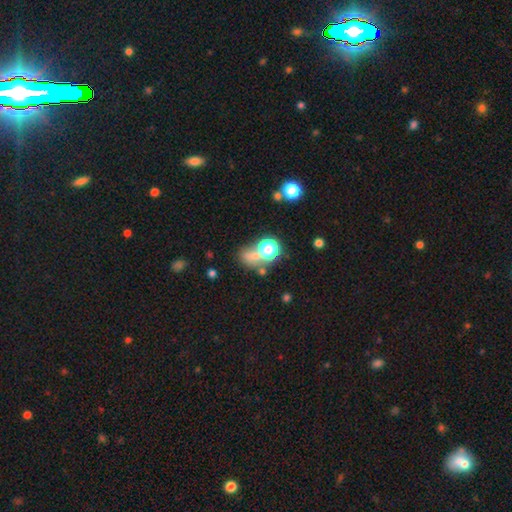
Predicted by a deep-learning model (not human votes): A smooth galaxy with no disk features (60%) that is round (60%). Merging: none (39%).